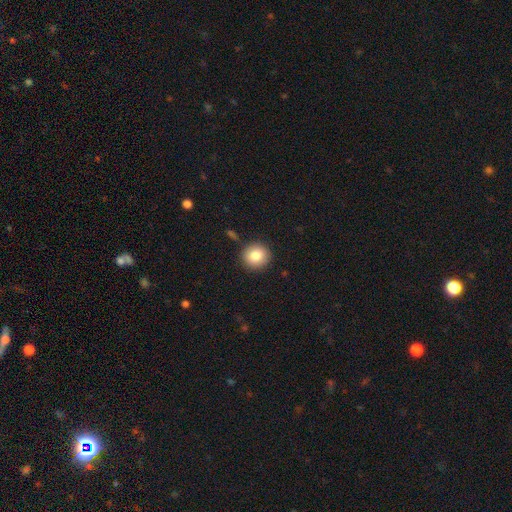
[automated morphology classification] smooth_or_featured: smooth (p=0.83) [alt: star or artifact p=0.09]
how_rounded: round (p=0.93) [alt: in between p=0.06]
merging: none (p=0.87) [alt: minor disturbance p=0.07]